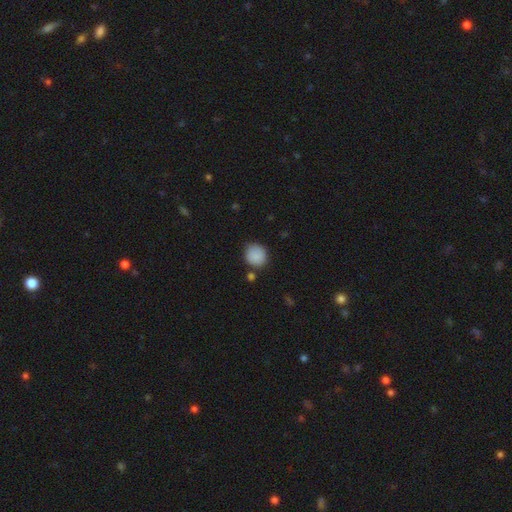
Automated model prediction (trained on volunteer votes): A smooth galaxy with no disk features (88%) that is round (87%).

Vote fractions:
- Smooth or featured? smooth: 88% / star or artifact: 8% / featured or disk: 4%
- How rounded? round: 87% / in between: 12% / cigar-shaped: 1%
- Merging? none: 78% / minor disturbance: 13% / merger: 5% / major disturbance: 3%